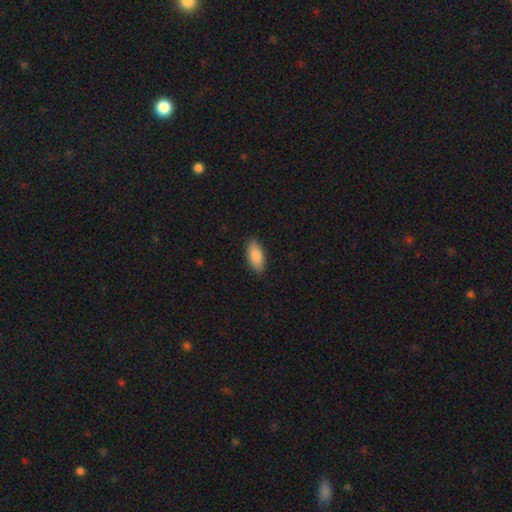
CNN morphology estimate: Q: Smooth or featured?
A: smooth (88%); runner-up: featured or disk (6%)
Q: How rounded?
A: in between (89%); runner-up: cigar-shaped (9%)
Q: Merging?
A: none (86%); runner-up: minor disturbance (11%)